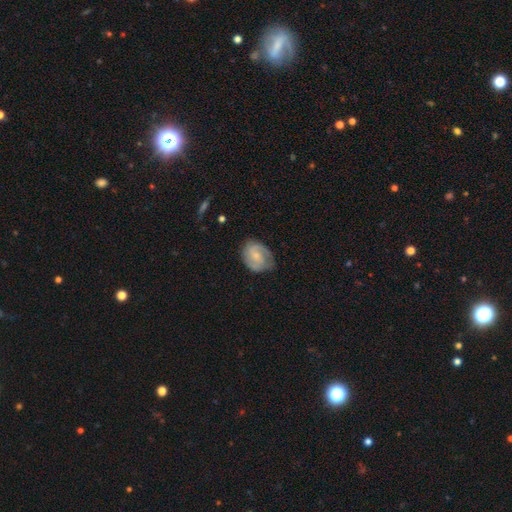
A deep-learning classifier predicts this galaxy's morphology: Smooth or featured: featured or disk — 56% (smooth — 37%)
Edge-on disk: no — 97% (yes — 3%)
Bar: no — 52% (weak — 41%)
Spiral arms: yes — 87% (no — 13%)
Bulge size: small — 57% (moderate — 28%)
Merging: none — 68% (minor disturbance — 23%)